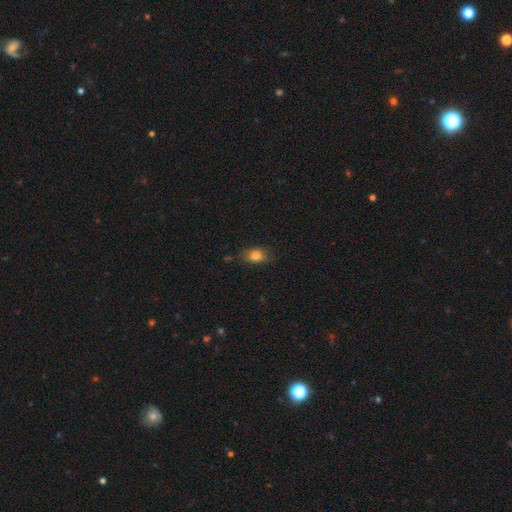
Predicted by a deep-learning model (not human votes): smooth_or_featured: smooth (p=0.82) [alt: star or artifact p=0.10]
how_rounded: in between (p=0.79) [alt: round p=0.17]
merging: none (p=0.72) [alt: minor disturbance p=0.20]